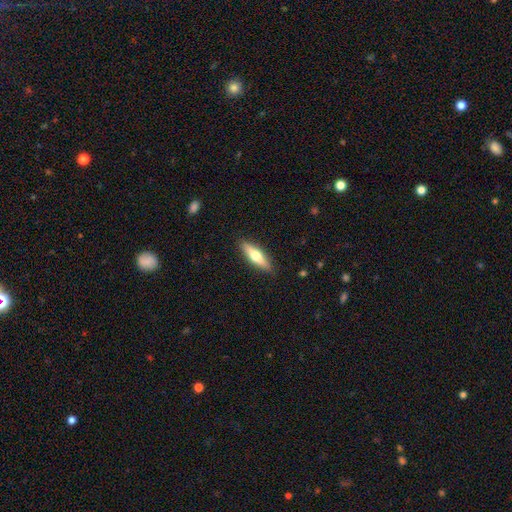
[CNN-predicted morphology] The model was most divided on "smooth or featured": smooth: 53%, featured or disk: 42%, star or artifact: 6%. More confident: merging — none (89%); how rounded — cigar-shaped (63%).